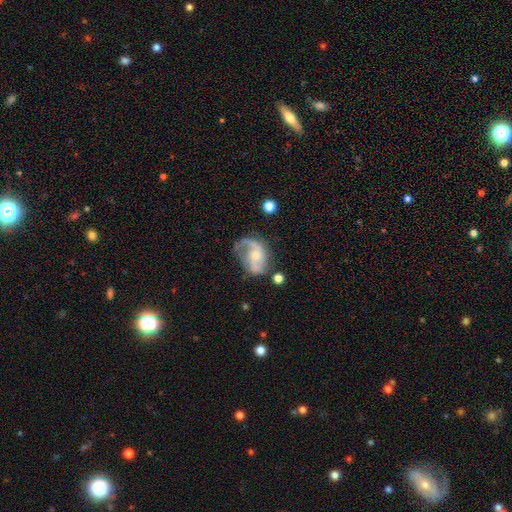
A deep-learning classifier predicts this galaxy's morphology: A featured or disk galaxy (82%) with no bar (56%), 2 (77%) loose (49%) spiral arms (94%) and a small central bulge (50%).

Vote fractions:
- Smooth or featured? featured or disk: 82% / smooth: 11% / star or artifact: 6%
- Edge-on disk? no: 98% / yes: 2%
- Bar? no: 56% / weak: 36% / strong: 8%
- Spiral arms? yes: 94% / no: 6%
- Spiral winding? loose: 49% / medium: 40% / tight: 11%
- Spiral arm count? 2: 77% / 1: 13% / can't tell: 5% / 3: 2% / 4: 1% / more than 4: 1%
- Bulge size? small: 50% / moderate: 41% / none: 5% / large: 3% / dominant: 1%
- Merging? none: 53% / minor disturbance: 24% / major disturbance: 18% / merger: 5%